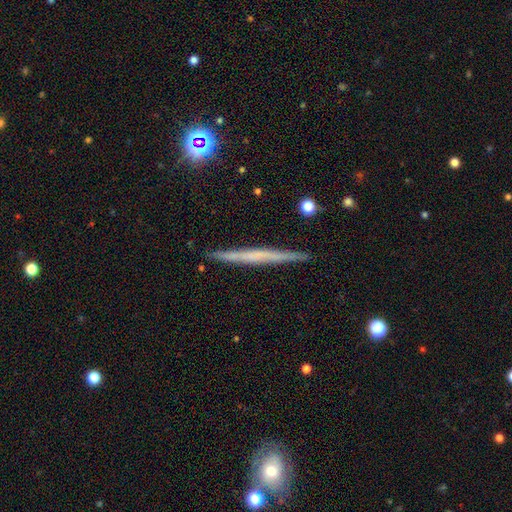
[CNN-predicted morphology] smooth_or_featured: featured or disk (p=0.55) [alt: smooth p=0.37]
disk_edge_on: yes (p=0.98) [alt: no p=0.02]
edge_on_bulge: none (p=0.84) [alt: rounded p=0.10]
merging: none (p=0.91) [alt: minor disturbance p=0.07]